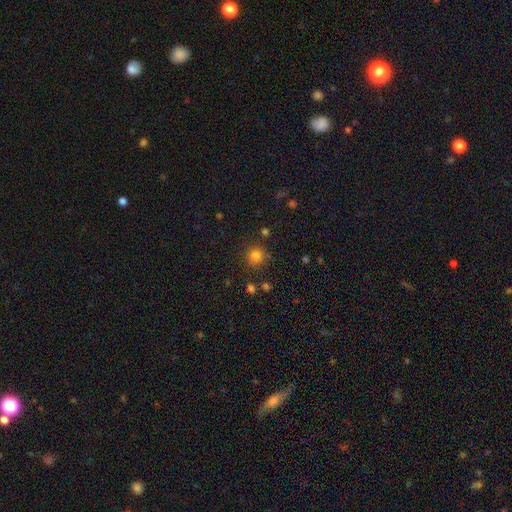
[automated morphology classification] Overall: smooth (81%). How rounded: round (93%). Merging: none (85%).